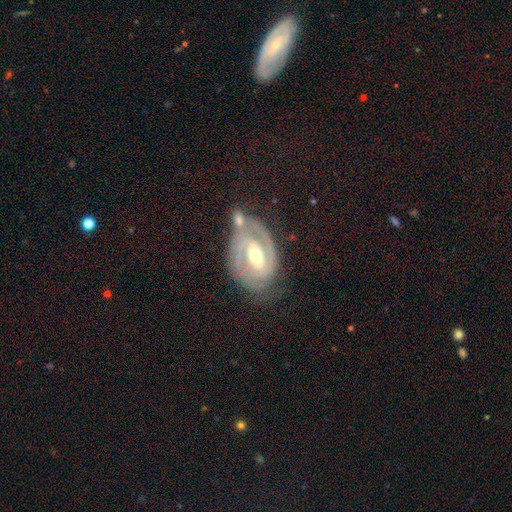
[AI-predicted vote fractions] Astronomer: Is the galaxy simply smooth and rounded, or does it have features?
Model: featured or disk — 89%.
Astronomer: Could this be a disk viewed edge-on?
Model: no — 97%.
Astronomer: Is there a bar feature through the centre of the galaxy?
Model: weak — 45% (runner-up: strong, 38%).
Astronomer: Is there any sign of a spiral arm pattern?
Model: yes — 97%.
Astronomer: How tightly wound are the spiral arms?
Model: tight — 65%.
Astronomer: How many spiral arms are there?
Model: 2 — 81%.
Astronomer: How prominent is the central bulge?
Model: moderate — 57% (runner-up: small, 38%).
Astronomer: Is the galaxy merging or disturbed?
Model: none — 60%.